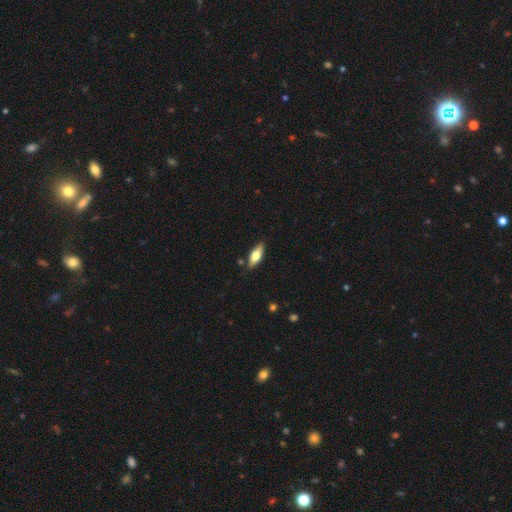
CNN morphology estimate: smooth_or_featured: smooth (p=0.58) [alt: featured or disk p=0.36]
how_rounded: in between (p=0.64) [alt: cigar-shaped p=0.34]
merging: none (p=0.84) [alt: minor disturbance p=0.11]